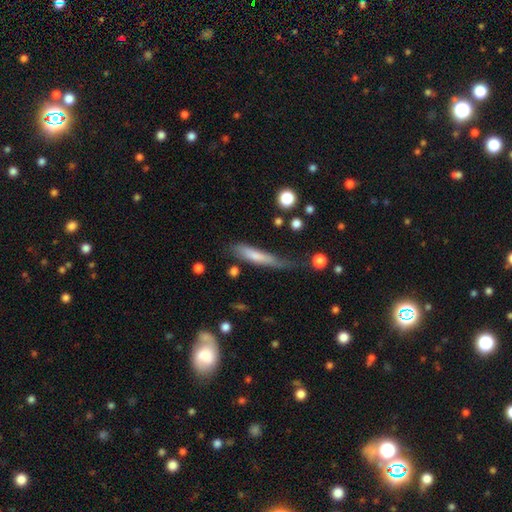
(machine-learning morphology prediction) type=smooth (69%); roundness=cigar-shaped (86%); merging=none (43%).